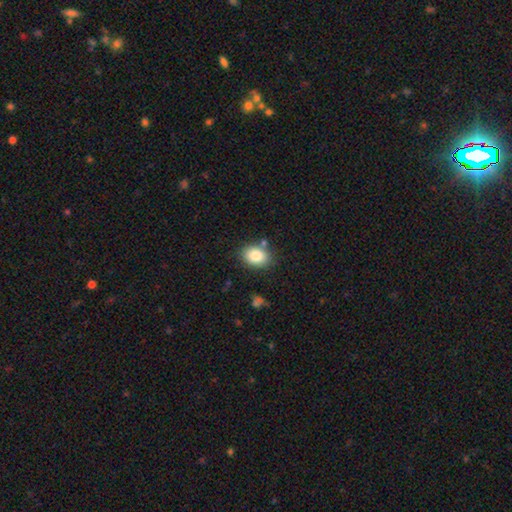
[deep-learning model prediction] A smooth galaxy with no disk features (84%) that is in between round and cigar-shaped (67%). Merging: none (80%).